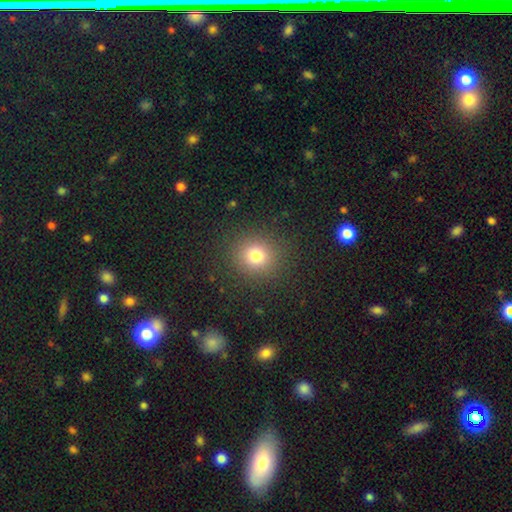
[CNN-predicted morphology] type=smooth (77%); roundness=round (87%); merging=none (89%).